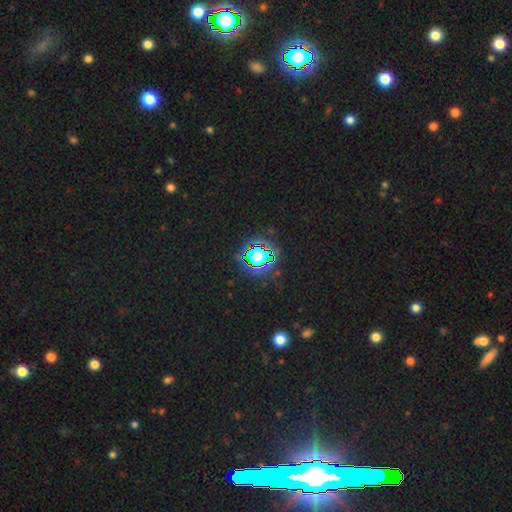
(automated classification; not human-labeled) A star or artifact, not a galaxy (70%).